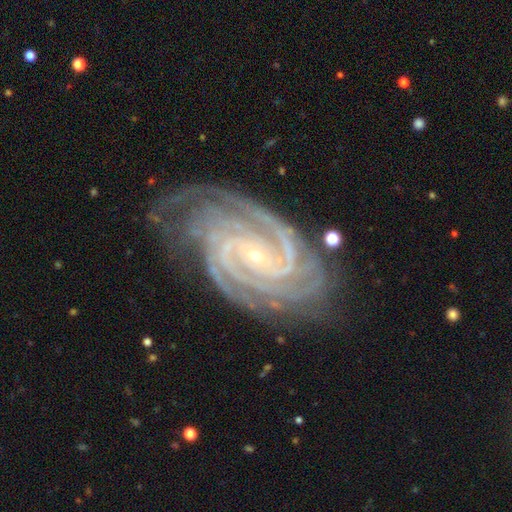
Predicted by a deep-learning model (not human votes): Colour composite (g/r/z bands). It shows a featured or disk galaxy (93%) with no bar (50%), 4 (26%) tight (79%) spiral arms (99%) and a small central bulge (89%). Merging: none (73%).